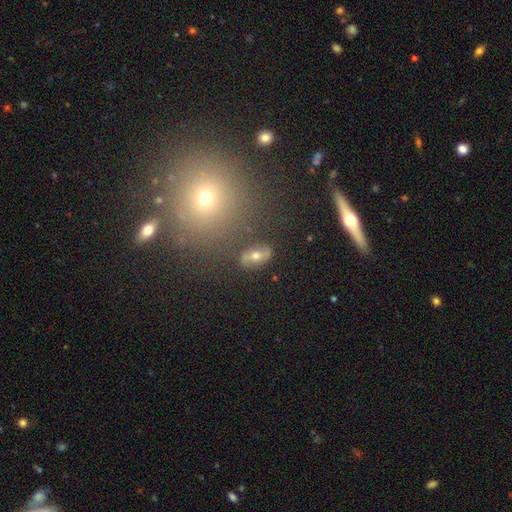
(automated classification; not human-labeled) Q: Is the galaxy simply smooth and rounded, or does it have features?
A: smooth — 38%.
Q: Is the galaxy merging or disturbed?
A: none — 79%.